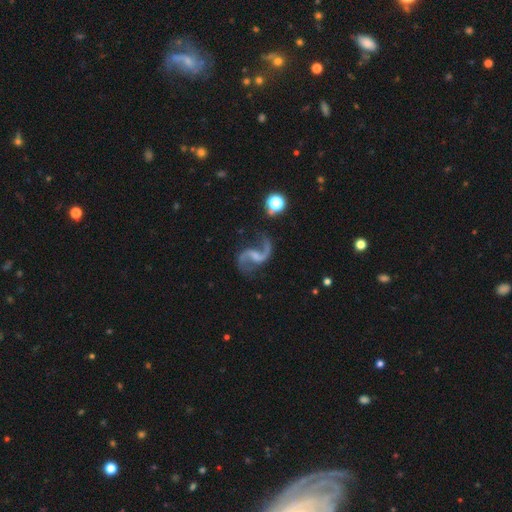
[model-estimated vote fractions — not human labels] The model was most divided on "bulge size": none: 41%, small: 40%, moderate: 16%, large: 2%, dominant: 1%. Remaining: edge-on disk — no (98%); spiral arms — yes (97%); spiral arm count — 2 (94%); smooth or featured — featured or disk (91%); spiral winding — loose (76%); merging — none (75%); bar — weak (49%).